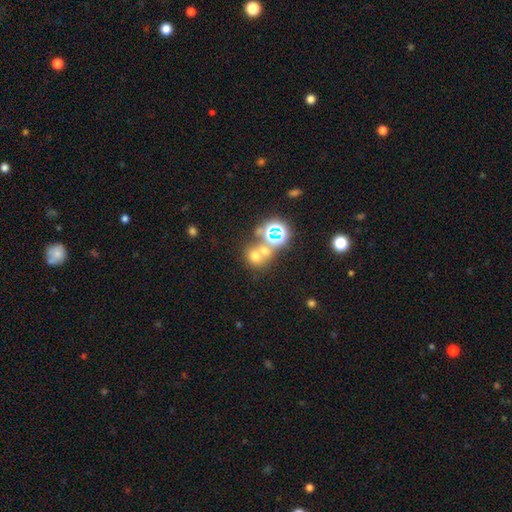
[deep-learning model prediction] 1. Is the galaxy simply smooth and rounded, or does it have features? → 57% smooth, 29% star or artifact, 14% featured or disk.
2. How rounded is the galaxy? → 75% round, 24% in between, 1% cigar-shaped.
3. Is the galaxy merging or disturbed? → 44% merger, 43% none, 8% minor disturbance, 5% major disturbance.